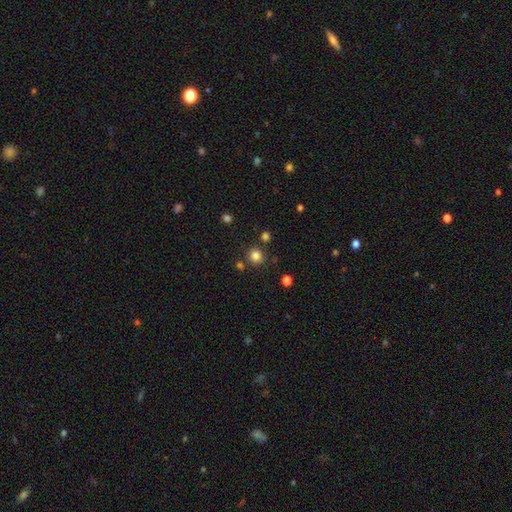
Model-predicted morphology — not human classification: smooth 82%, star or artifact 13%, featured or disk 5%. Down the decision tree: how rounded — round (91%); merging — none (84%).